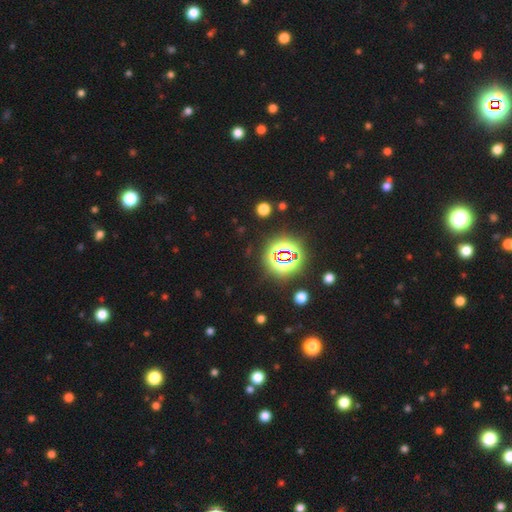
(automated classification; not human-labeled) The model was most divided on "smooth or featured": star or artifact: 81%, smooth: 12%, featured or disk: 7%.